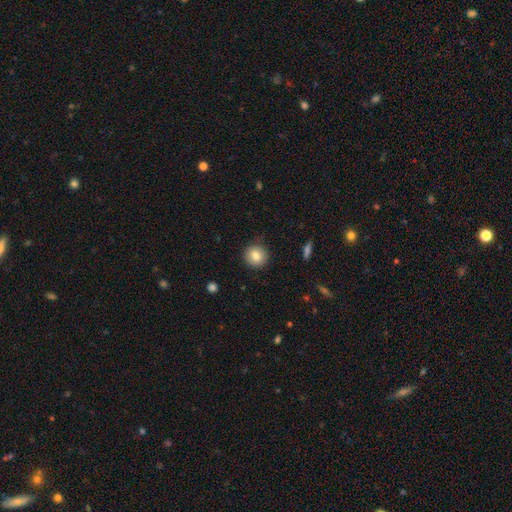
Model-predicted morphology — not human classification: This is clearly a smooth galaxy (82%). How rounded: clearly round (91%). Merging: clearly none (88%).